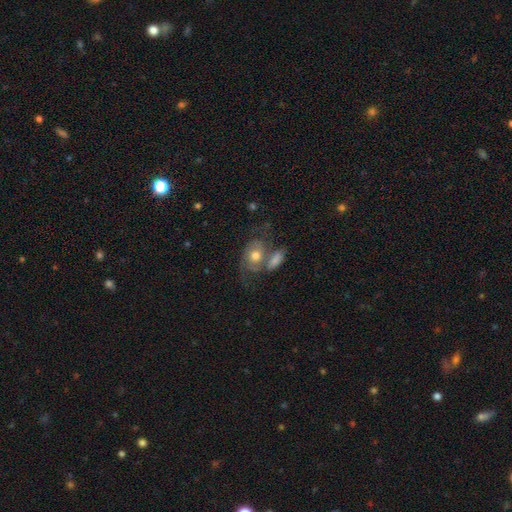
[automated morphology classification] A featured or disk galaxy (58%) with no bar (78%), spiral arms (82%) and a moderate central bulge (68%).

Vote fractions:
- Smooth or featured? featured or disk: 58% / smooth: 34% / star or artifact: 8%
- Edge-on disk? no: 96% / yes: 4%
- Bar? no: 78% / weak: 19% / strong: 3%
- Spiral arms? yes: 82% / no: 18%
- Bulge size? moderate: 68% / large: 15% / small: 13% / none: 2% / dominant: 2%
- Merging? merger: 40% / none: 31% / minor disturbance: 16% / major disturbance: 14%